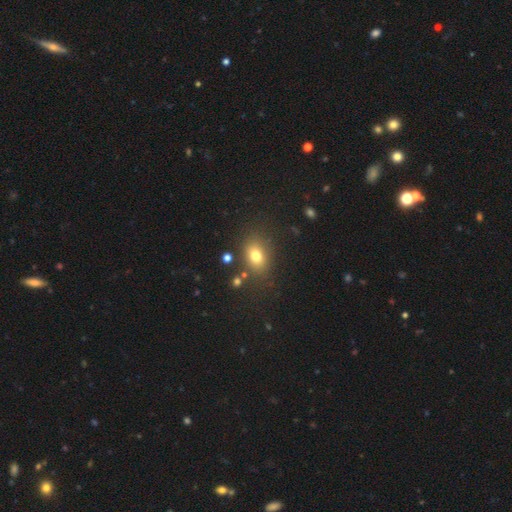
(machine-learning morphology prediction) Smooth or featured? Predicted: smooth (p=0.75). How rounded? Predicted: in between (p=0.65). Merging? Predicted: none (p=0.80).